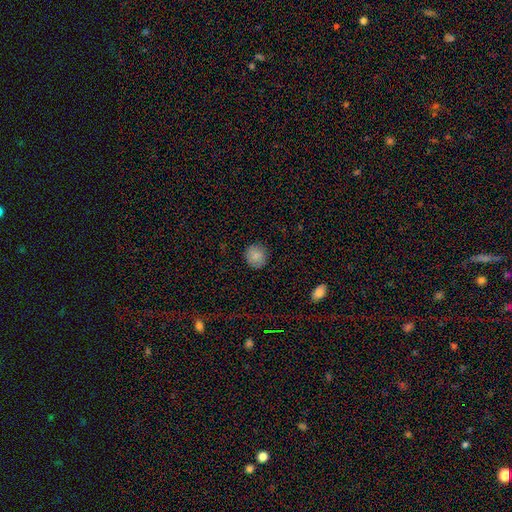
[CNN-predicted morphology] A smooth galaxy with no disk features (84%) that is round (90%). Merging: none (88%).